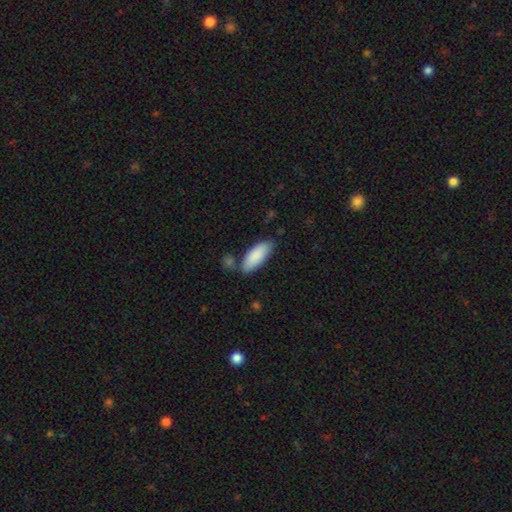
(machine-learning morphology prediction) The model was most divided on "merging": none: 71%, minor disturbance: 17%, merger: 8%, major disturbance: 4%. More confident: smooth or featured — smooth (87%); how rounded — in between (78%).